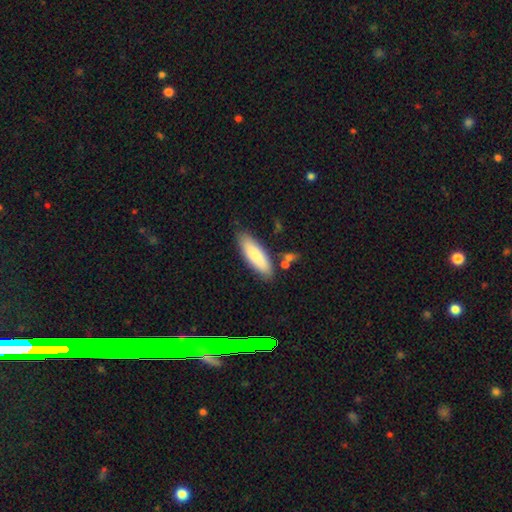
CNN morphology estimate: type=smooth (82%); roundness=in between (55%); merging=none (81%).